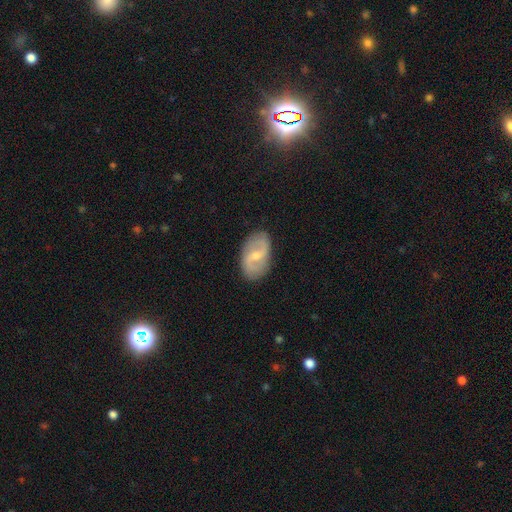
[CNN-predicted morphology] Smooth or featured?
  - featured or disk: 74% *
  - smooth: 21%
  - star or artifact: 6%
Edge-on disk?
  - no: 96% *
  - yes: 4%
Bar?
  - weak: 56% *
  - no: 25%
  - strong: 18%
Spiral arms?
  - yes: 87% *
  - no: 13%
Spiral winding?
  - loose: 44% *
  - medium: 40%
  - tight: 16%
Spiral arm count?
  - 2: 88% *
  - can't tell: 7%
  - 1: 2%
  - 3: 1%
  - 4: 1%
  - more than 4: 1%
Bulge size?
  - small: 51% *
  - moderate: 44%
  - none: 2%
  - large: 2%
  - dominant: 1%
Merging?
  - none: 84% *
  - minor disturbance: 12%
  - major disturbance: 3%
  - merger: 1%